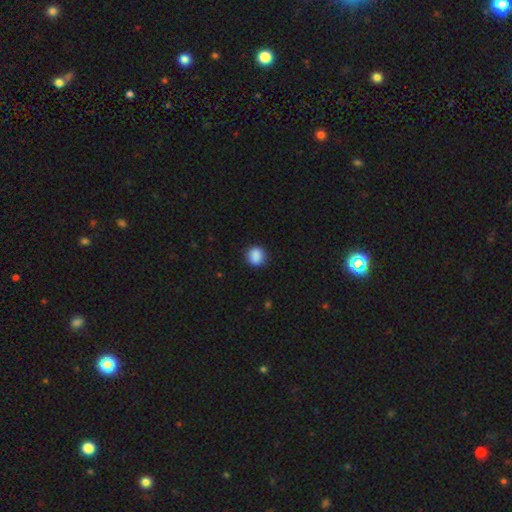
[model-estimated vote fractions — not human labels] Morphology: type=smooth (88%); roundness=round (82%); merging=none (85%).